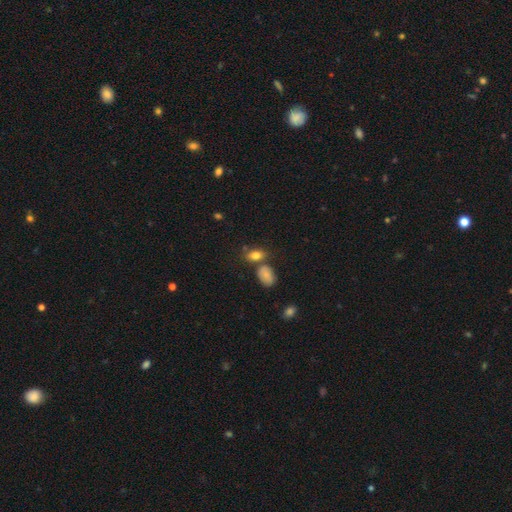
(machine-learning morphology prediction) type=smooth (80%); roundness=in between (83%); merging=none (57%).